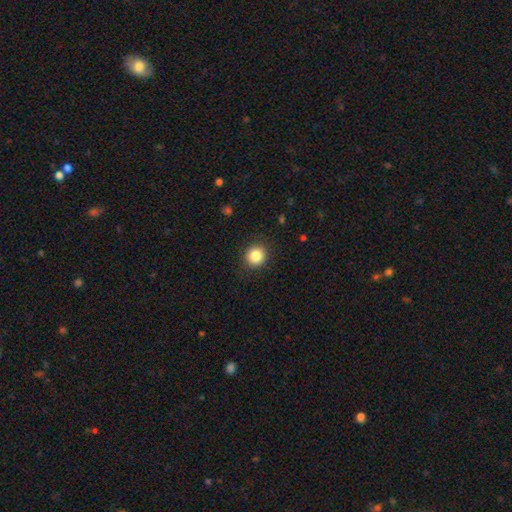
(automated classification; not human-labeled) This is clearly a smooth galaxy (85%). How rounded: clearly round (90%). Merging: clearly none (90%).